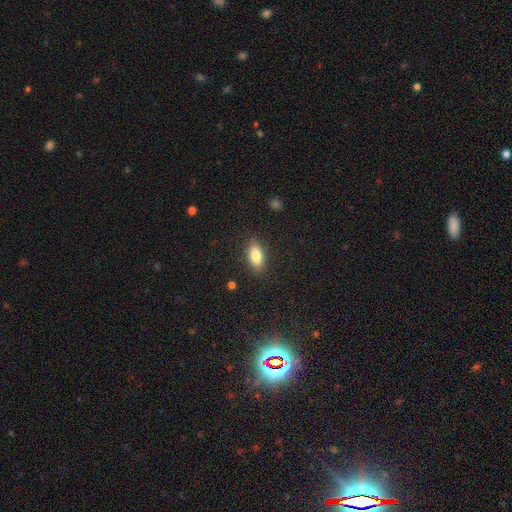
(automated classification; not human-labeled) Smooth or featured?
  - smooth: 83% *
  - featured or disk: 10%
  - star or artifact: 8%
How rounded?
  - in between: 87% *
  - cigar-shaped: 9%
  - round: 4%
Merging?
  - none: 87% *
  - minor disturbance: 9%
  - major disturbance: 3%
  - merger: 1%